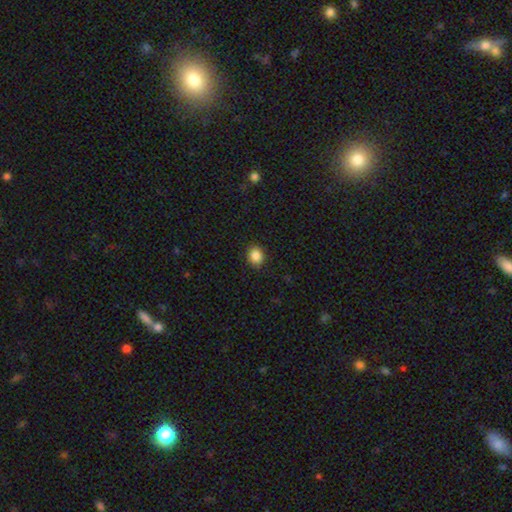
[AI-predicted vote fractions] smooth-or-featured: smooth: 87% | star or artifact: 10% | featured or disk: 3%
  how-rounded: round: 67% | in between: 32% | cigar-shaped: 1%
  merging: none: 90% | minor disturbance: 7% | major disturbance: 2% | merger: 1%